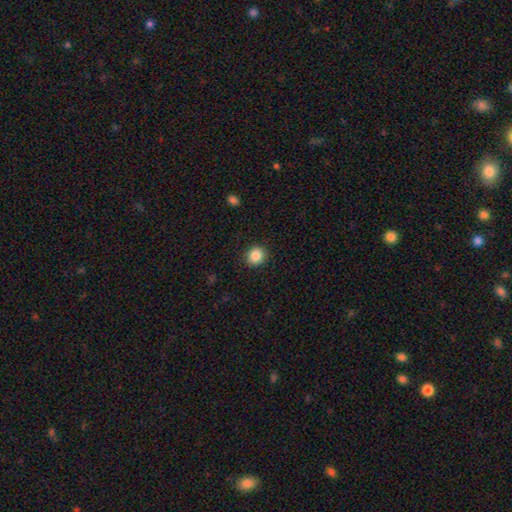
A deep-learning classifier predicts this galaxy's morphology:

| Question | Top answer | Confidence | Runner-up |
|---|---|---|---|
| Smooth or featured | smooth | 86% | star or artifact (10%) |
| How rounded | round | 81% | in between (18%) |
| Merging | none | 90% | minor disturbance (7%) |